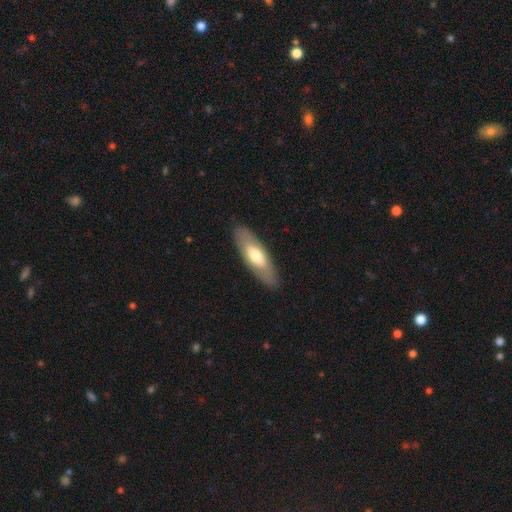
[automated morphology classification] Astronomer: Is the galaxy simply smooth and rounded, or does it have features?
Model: smooth — 59% (runner-up: featured or disk, 36%).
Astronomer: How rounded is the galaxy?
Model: in between — 64%.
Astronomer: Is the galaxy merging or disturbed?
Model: none — 87%.